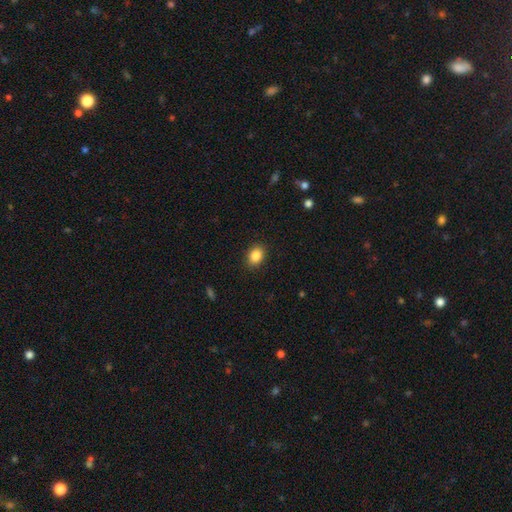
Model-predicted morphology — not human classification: smooth-or-featured: smooth: 86% | star or artifact: 9% | featured or disk: 5%
  how-rounded: in between: 65% | round: 34% | cigar-shaped: 1%
  merging: none: 89% | minor disturbance: 8% | major disturbance: 2% | merger: 1%